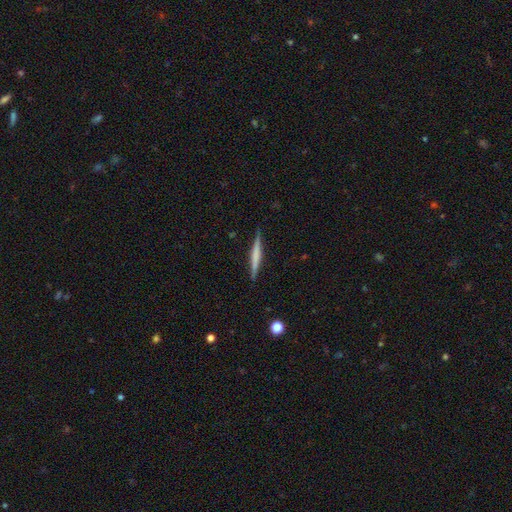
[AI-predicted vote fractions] smooth-or-featured: featured or disk: 51% | smooth: 43% | star or artifact: 6%
  disk-edge-on: yes: 98% | no: 2%
  merging: none: 90% | minor disturbance: 7% | major disturbance: 2% | merger: 1%